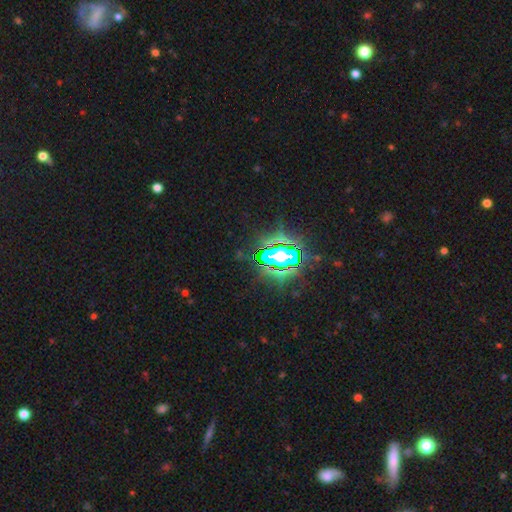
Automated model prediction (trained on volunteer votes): Overall: star or artifact (82%).